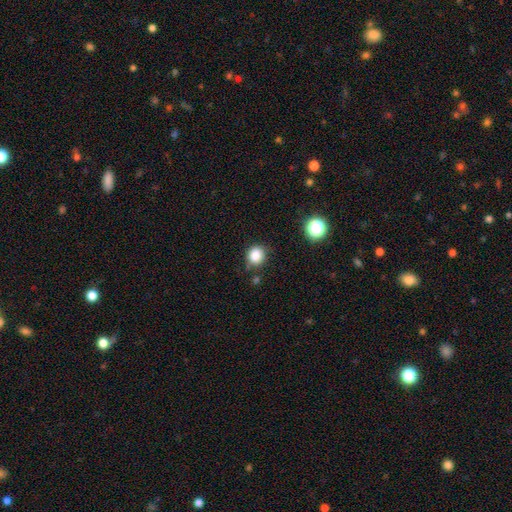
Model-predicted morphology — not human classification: A smooth galaxy with no disk features (85%) that is round (85%).

Vote fractions:
- Smooth or featured? smooth: 85% / star or artifact: 11% / featured or disk: 4%
- How rounded? round: 85% / in between: 14% / cigar-shaped: 1%
- Merging? none: 80% / minor disturbance: 14% / major disturbance: 3% / merger: 3%